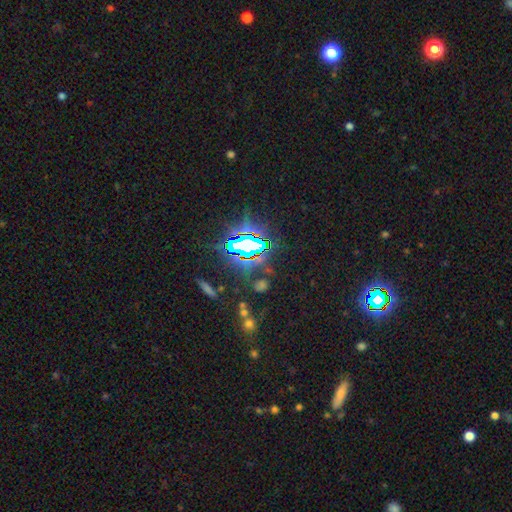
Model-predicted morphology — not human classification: Q: Smooth or featured?
A: star or artifact (79%); runner-up: smooth (11%)